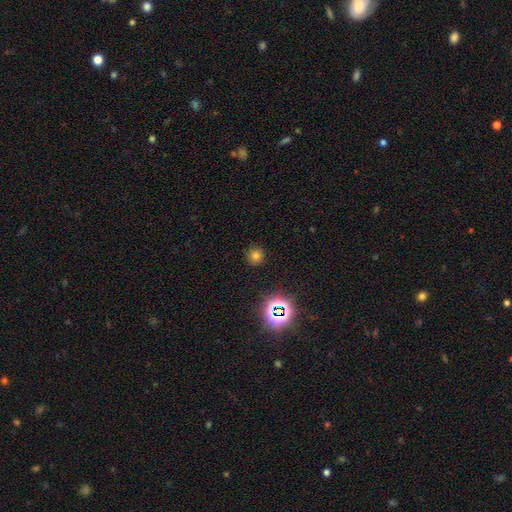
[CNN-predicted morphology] Smooth or featured? smooth (69%)
How rounded? round (92%)
Merging? none (88%)